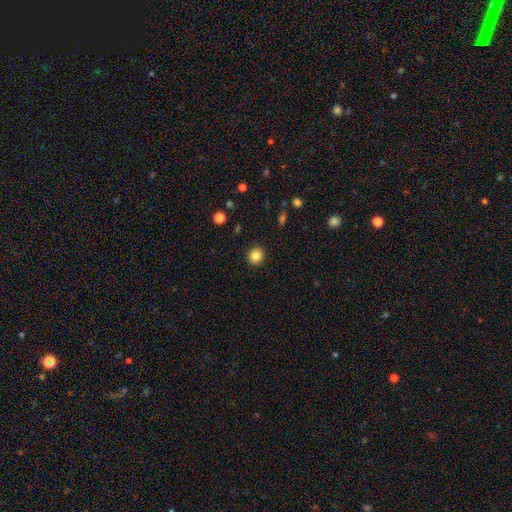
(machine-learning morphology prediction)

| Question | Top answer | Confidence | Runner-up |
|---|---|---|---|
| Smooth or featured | smooth | 85% | star or artifact (10%) |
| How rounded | round | 90% | in between (9%) |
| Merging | none | 92% | minor disturbance (5%) |